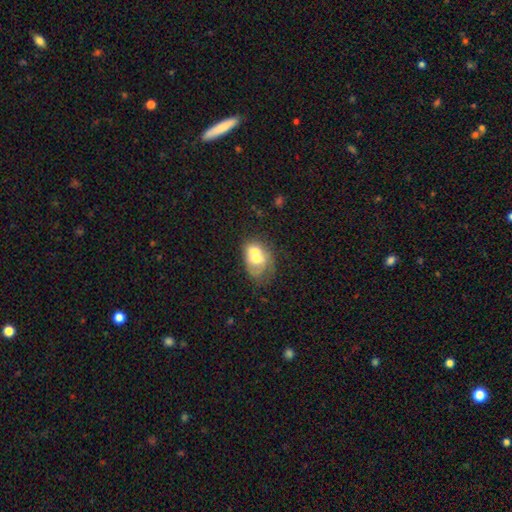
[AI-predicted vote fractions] Morphology: type=smooth (53%); roundness=in between (65%); merging=merger (64%).